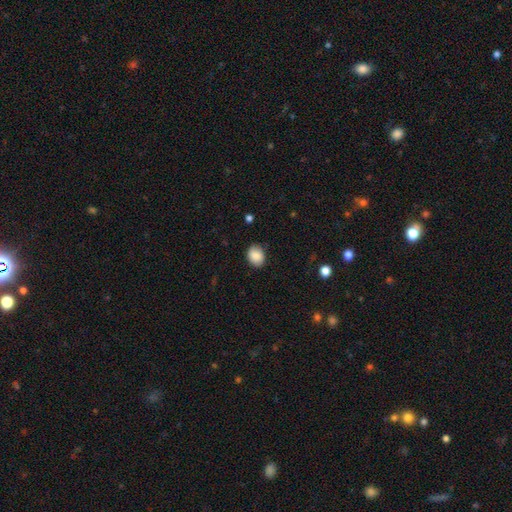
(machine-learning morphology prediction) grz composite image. It shows a smooth galaxy with no disk features (88%) that is in between round and cigar-shaped (54%). Merging: none (83%).